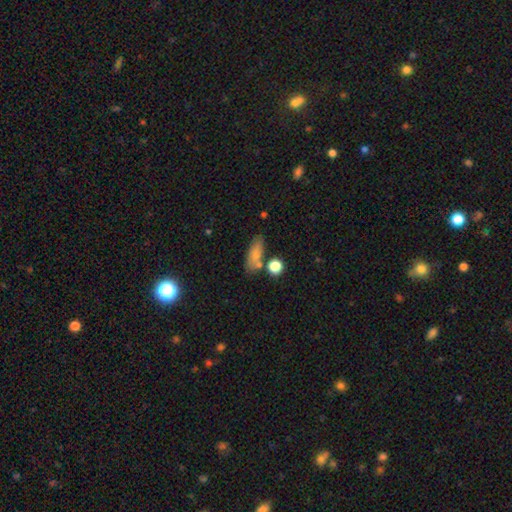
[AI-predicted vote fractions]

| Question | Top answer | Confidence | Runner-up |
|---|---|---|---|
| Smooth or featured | smooth | 76% | featured or disk (14%) |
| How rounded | in between | 66% | cigar-shaped (27%) |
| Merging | none | 67% | minor disturbance (16%) |